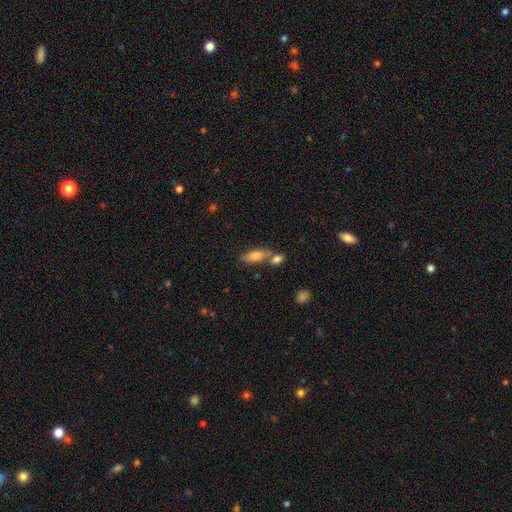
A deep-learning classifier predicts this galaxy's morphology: Q: Smooth or featured?
A: smooth (76%); runner-up: featured or disk (16%)
Q: How rounded?
A: in between (71%); runner-up: cigar-shaped (26%)
Q: Merging?
A: none (53%); runner-up: merger (29%)